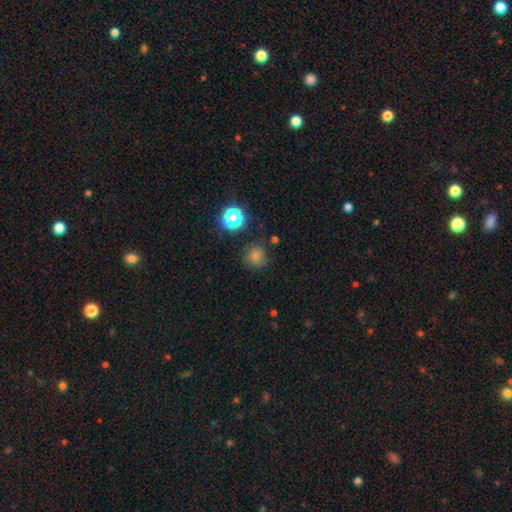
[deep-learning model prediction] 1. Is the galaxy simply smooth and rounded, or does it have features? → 76% smooth, 16% star or artifact, 7% featured or disk.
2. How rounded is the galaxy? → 90% round, 9% in between, 1% cigar-shaped.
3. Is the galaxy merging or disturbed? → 73% none, 18% minor disturbance, 6% major disturbance, 3% merger.